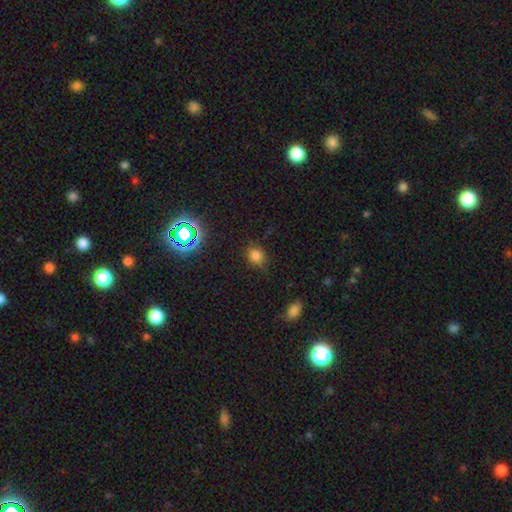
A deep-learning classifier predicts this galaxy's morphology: smooth 76%, star or artifact 19%, featured or disk 6%. Down the decision tree: how rounded — round (75%); merging — none (76%).